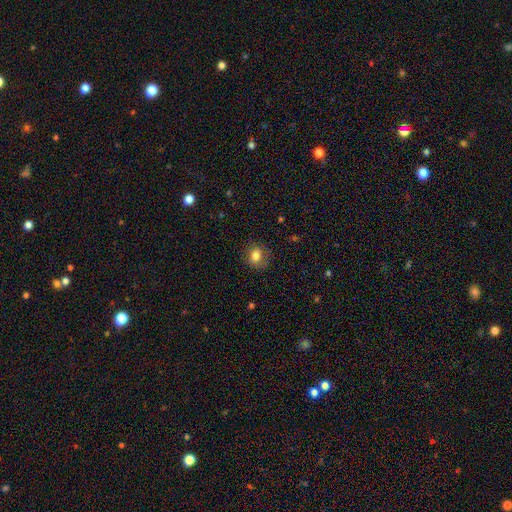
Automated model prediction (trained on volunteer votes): smooth_or_featured: smooth (p=0.79) [alt: featured or disk p=0.11]
how_rounded: round (p=0.61) [alt: in between p=0.38]
merging: none (p=0.80) [alt: minor disturbance p=0.14]